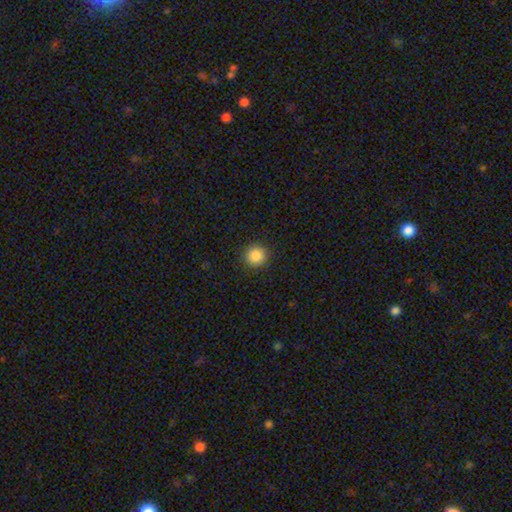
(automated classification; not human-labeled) Smooth or featured? Predicted: smooth (p=0.87). How rounded? Predicted: round (p=0.94). Merging? Predicted: none (p=0.91).